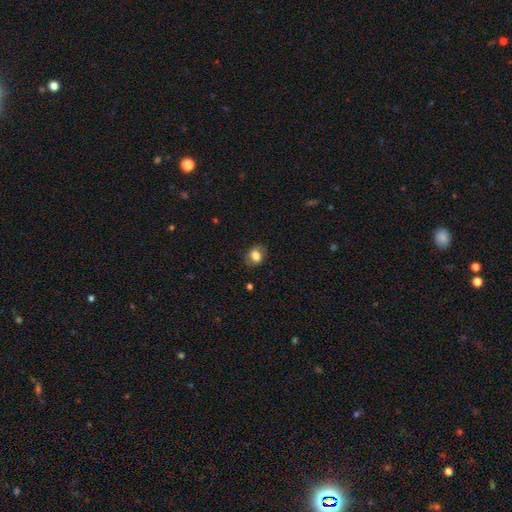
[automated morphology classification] This appears to be a smooth galaxy with no disk features (78%) that is in between round and cigar-shaped (60%). Merging: none (76%).